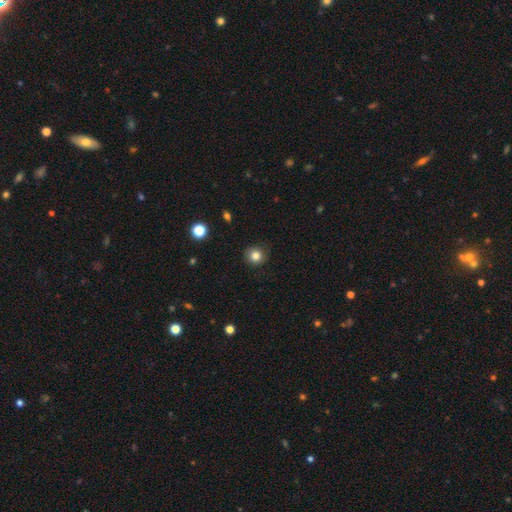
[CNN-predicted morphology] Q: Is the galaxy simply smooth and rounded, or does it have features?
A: smooth — 82%.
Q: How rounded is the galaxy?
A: round — 91%.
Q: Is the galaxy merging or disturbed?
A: none — 88%.